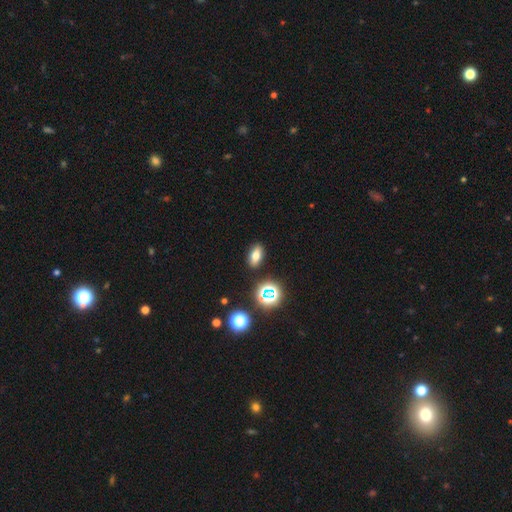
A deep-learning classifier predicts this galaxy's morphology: smooth_or_featured: smooth (p=0.66) [alt: star or artifact p=0.19]
how_rounded: in between (p=0.80) [alt: round p=0.11]
merging: none (p=0.89) [alt: minor disturbance p=0.07]